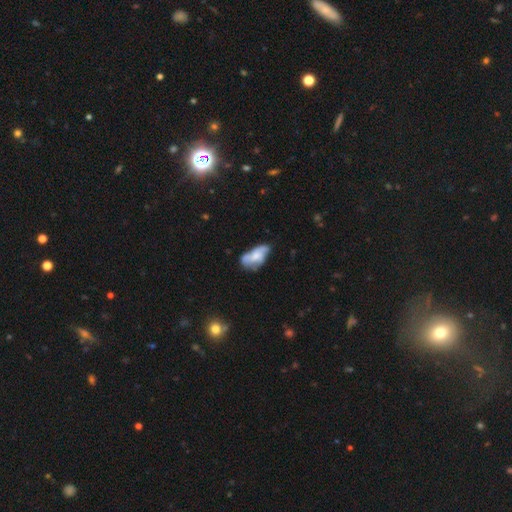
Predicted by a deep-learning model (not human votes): Morphology: type=smooth (48%); merging=none (39%).